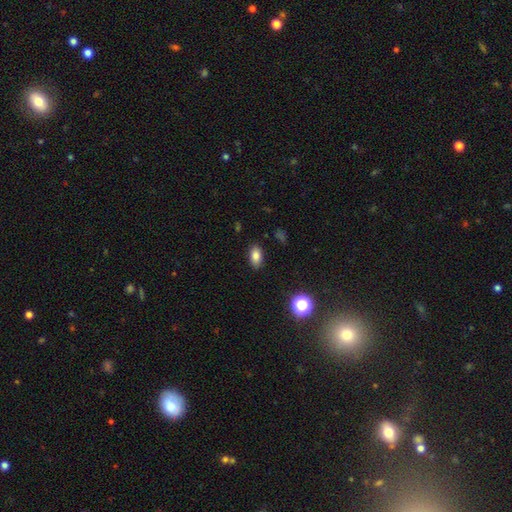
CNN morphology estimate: Q: Smooth or featured?
A: smooth (82%); runner-up: star or artifact (11%)
Q: How rounded?
A: in between (89%); runner-up: round (8%)
Q: Merging?
A: none (88%); runner-up: minor disturbance (9%)